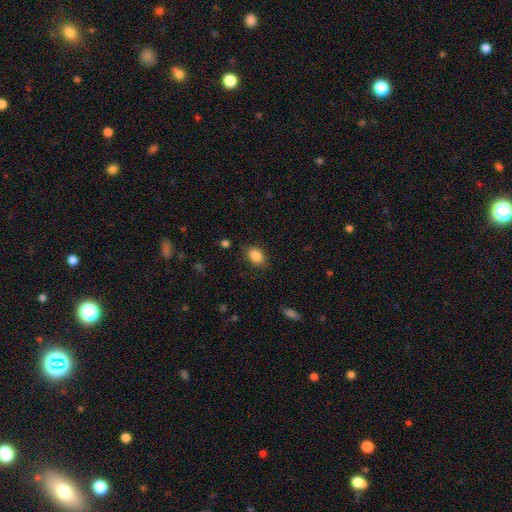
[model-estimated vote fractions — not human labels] The model was most divided on "how rounded": in between: 80%, round: 19%, cigar-shaped: 1%. More confident: smooth or featured — smooth (87%); merging — none (82%).